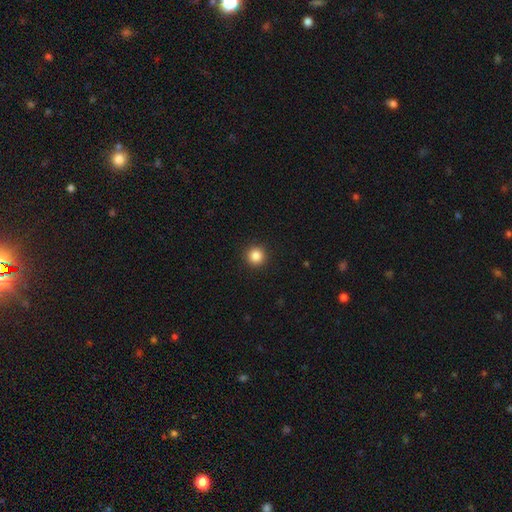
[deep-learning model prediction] Smooth or featured?
  - smooth: 86% *
  - star or artifact: 11%
  - featured or disk: 4%
How rounded?
  - round: 96% *
  - in between: 3%
  - cigar-shaped: 1%
Merging?
  - none: 93% *
  - minor disturbance: 4%
  - major disturbance: 2%
  - merger: 1%